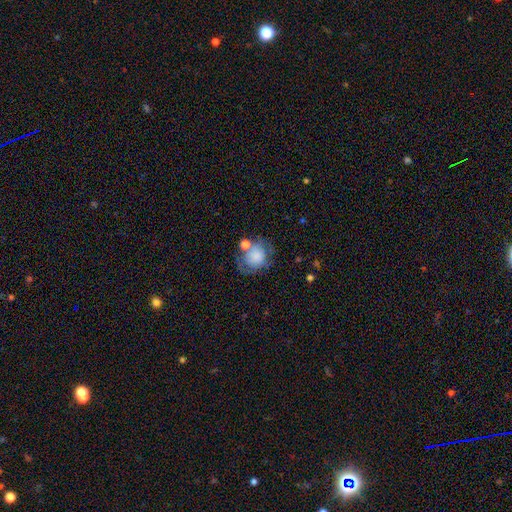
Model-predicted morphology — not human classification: A smooth galaxy with no disk features (70%) that is round (69%). Merging: none (45%).